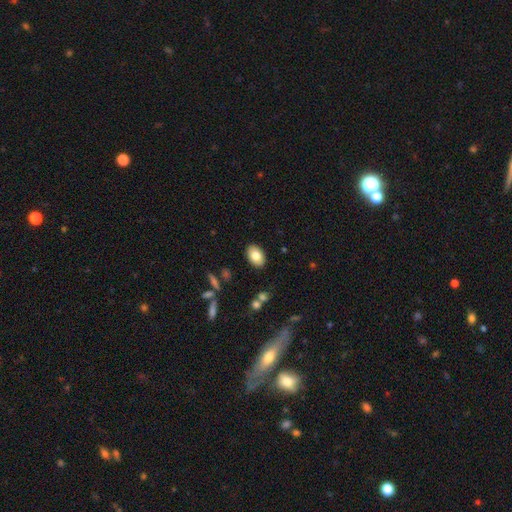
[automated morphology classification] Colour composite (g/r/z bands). It shows a smooth galaxy with no disk features (80%) that is in between round and cigar-shaped (90%). Merging: none (88%).